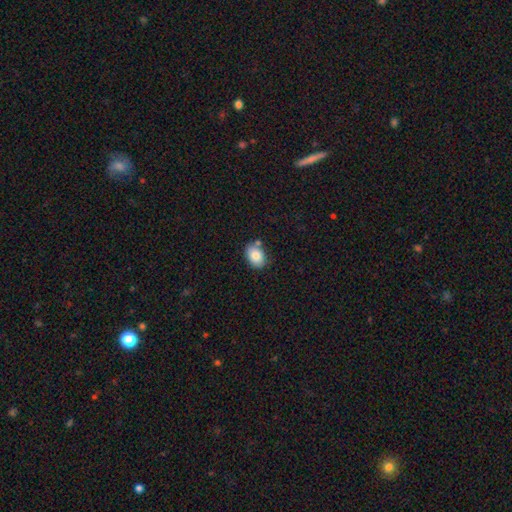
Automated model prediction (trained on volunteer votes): Smooth or featured: smooth — 83% (featured or disk — 9%)
How rounded: in between — 81% (round — 18%)
Merging: none — 74% (minor disturbance — 14%)